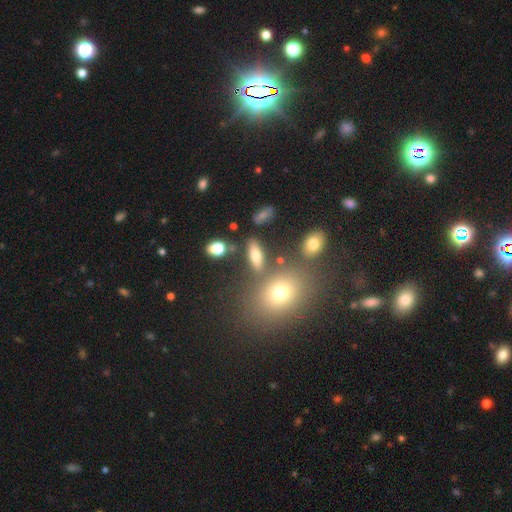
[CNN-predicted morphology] Smooth or featured? smooth (67%)
How rounded? in between (69%)
Merging? none (76%)